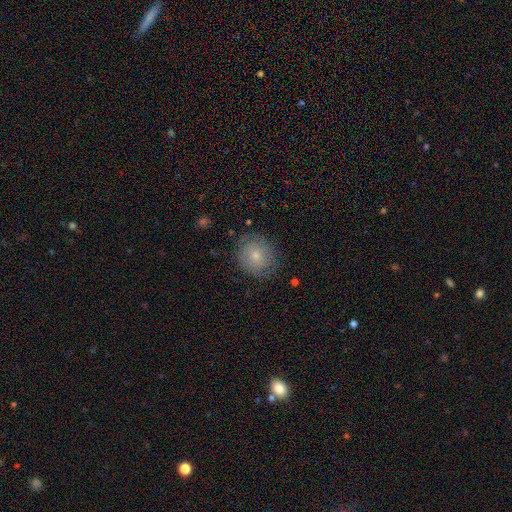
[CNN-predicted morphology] This is likely a smooth galaxy (60%). How rounded: likely round (76%). Merging: likely none (79%).